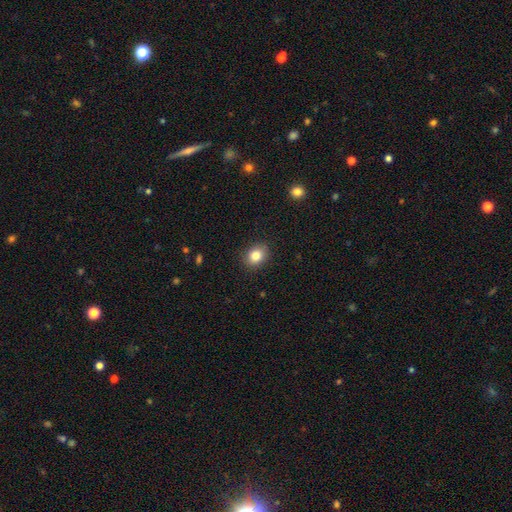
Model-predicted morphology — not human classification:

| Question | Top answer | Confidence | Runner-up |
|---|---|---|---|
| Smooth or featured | smooth | 84% | star or artifact (9%) |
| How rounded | in between | 51% | round (49%) |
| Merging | none | 88% | minor disturbance (8%) |